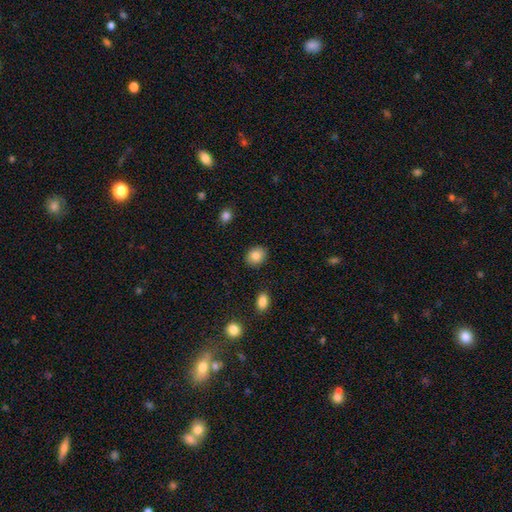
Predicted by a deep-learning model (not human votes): Morphology: type=smooth (84%); roundness=in between (54%); merging=none (88%).